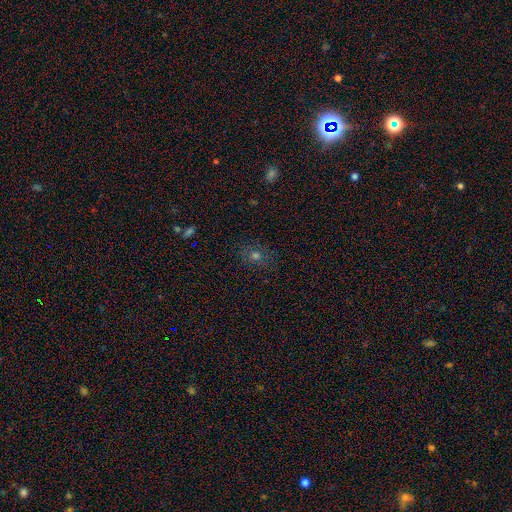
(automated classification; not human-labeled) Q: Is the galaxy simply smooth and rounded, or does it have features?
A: smooth — 59%.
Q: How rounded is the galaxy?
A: round — 58%.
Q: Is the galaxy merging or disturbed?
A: none — 83%.